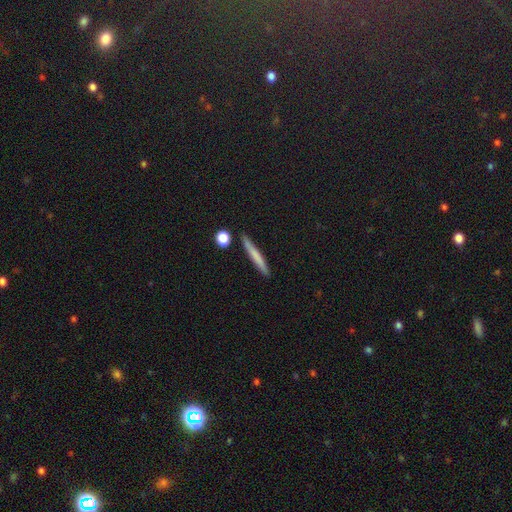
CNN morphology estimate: A smooth galaxy with no disk features (68%) that is cigar-shaped (94%). Merging: none (87%).